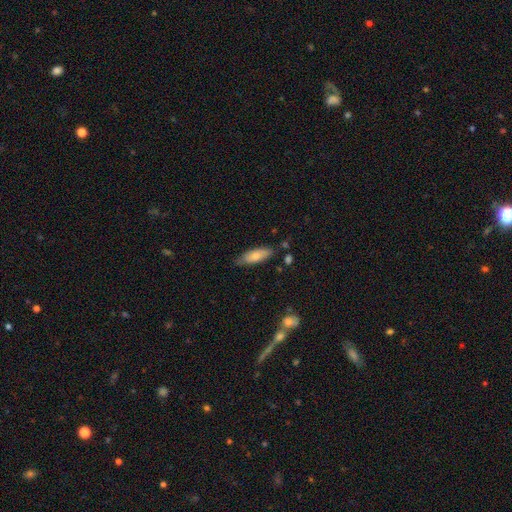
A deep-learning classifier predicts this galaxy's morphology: Smooth or featured? Predicted: smooth (p=0.77). How rounded? Predicted: in between (p=0.62). Merging? Predicted: none (p=0.76).